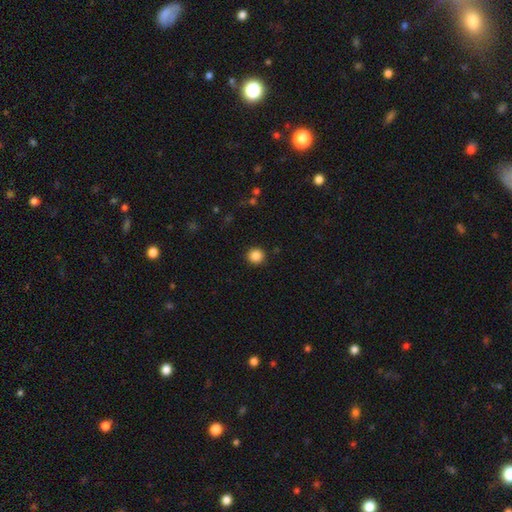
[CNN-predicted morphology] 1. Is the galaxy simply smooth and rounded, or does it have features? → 86% smooth, 10% star or artifact, 4% featured or disk.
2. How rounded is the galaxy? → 93% round, 6% in between, 1% cigar-shaped.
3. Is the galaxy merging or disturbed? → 92% none, 5% minor disturbance, 2% major disturbance, 1% merger.